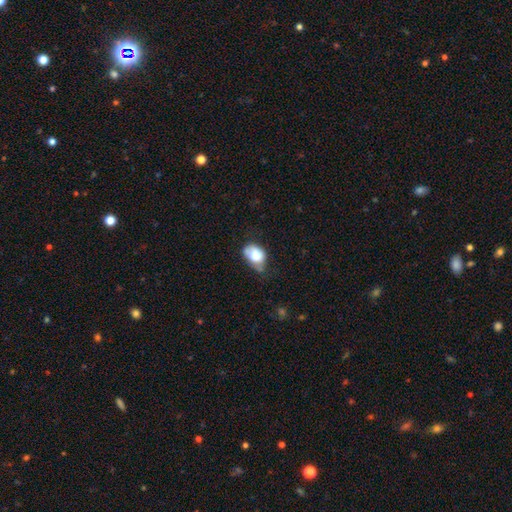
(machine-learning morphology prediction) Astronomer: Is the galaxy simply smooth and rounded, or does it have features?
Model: smooth — 72%.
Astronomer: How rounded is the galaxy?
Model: in between — 77%.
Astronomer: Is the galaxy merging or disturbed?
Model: minor disturbance — 44% (runner-up: none, 34%).